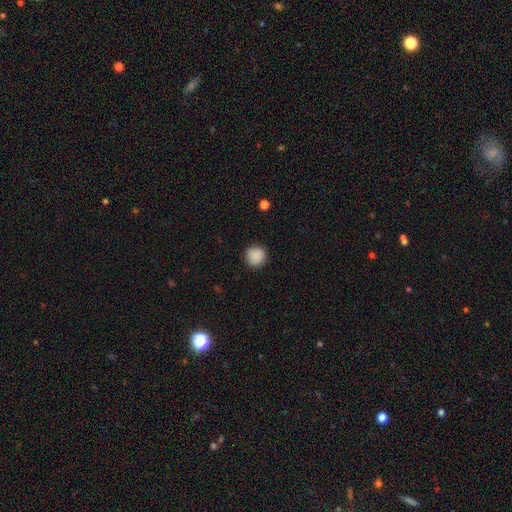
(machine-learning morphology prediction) Q: Smooth or featured?
A: smooth (89%); runner-up: star or artifact (8%)
Q: How rounded?
A: round (93%); runner-up: in between (6%)
Q: Merging?
A: none (89%); runner-up: minor disturbance (8%)